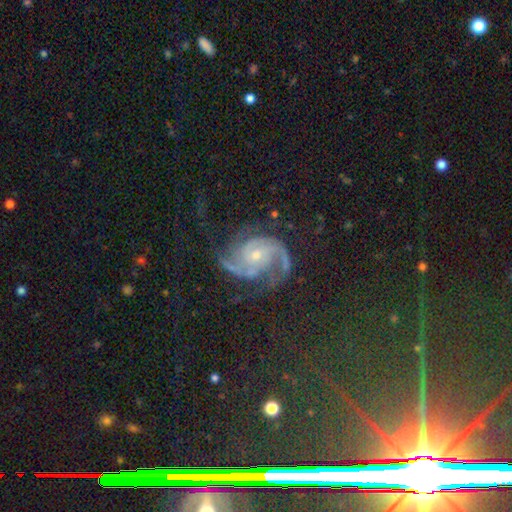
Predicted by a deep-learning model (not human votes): This is clearly a featured or disk galaxy (85%). It is clearly not viewed edge-on (98%). Bar: likely no (66%). Spiral arm pattern: clearly yes (98%). Spiral arm count: marginally 2 (40%). Spiral winding: possibly medium (50%). Central bulge: possibly small (59%). Merging: likely none (64%).